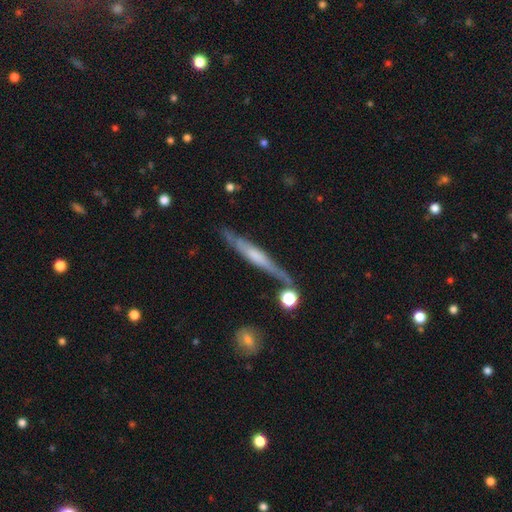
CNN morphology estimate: This appears to be a featured or disk galaxy (60%) viewed edge-on (89%) with no central bulge (38%). Merging: none (66%).